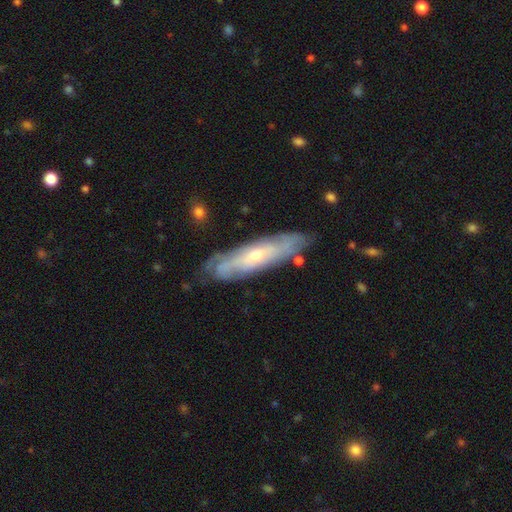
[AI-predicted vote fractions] A featured or disk galaxy (75%) with no bar (69%), spiral arms (85%) and a small central bulge (55%).

Vote fractions:
- Smooth or featured? featured or disk: 75% / smooth: 19% / star or artifact: 6%
- Edge-on disk? no: 67% / yes: 33%
- Bar? no: 69% / weak: 24% / strong: 7%
- Spiral arms? yes: 85% / no: 15%
- Bulge size? small: 55% / moderate: 41% / large: 2% / none: 1% / dominant: 1%
- Merging? none: 76% / minor disturbance: 17% / major disturbance: 4% / merger: 2%